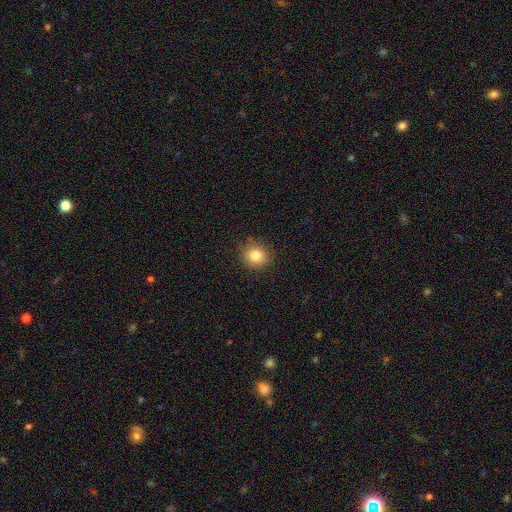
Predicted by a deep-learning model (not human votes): This is clearly a smooth galaxy (82%). How rounded: clearly round (88%). Merging: clearly none (87%).